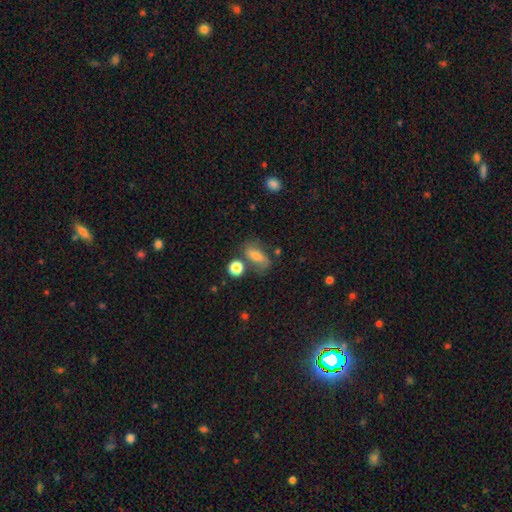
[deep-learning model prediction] Smooth or featured? smooth (52%)
How rounded? in between (74%)
Merging? none (57%)